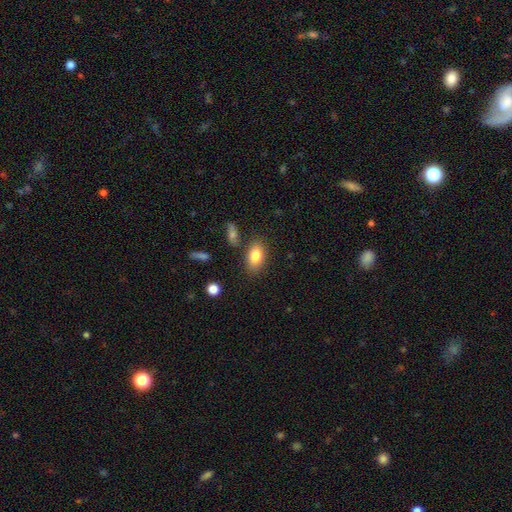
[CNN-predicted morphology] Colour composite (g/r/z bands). It shows a smooth galaxy with no disk features (83%) that is in between round and cigar-shaped (90%). Merging: none (80%).